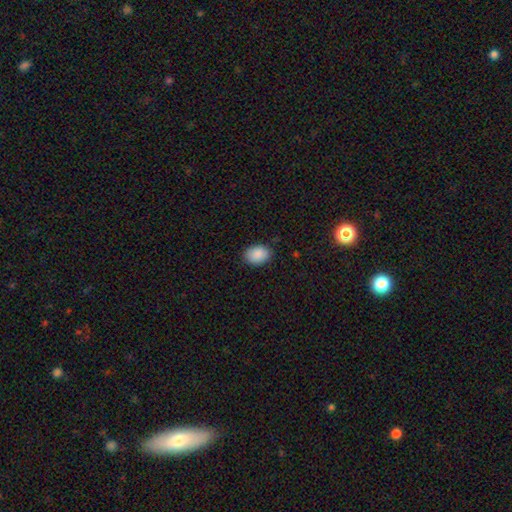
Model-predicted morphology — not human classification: A smooth galaxy with no disk features (90%) that is in between round and cigar-shaped (74%).

Vote fractions:
- Smooth or featured? smooth: 90% / star or artifact: 7% / featured or disk: 3%
- How rounded? in between: 74% / round: 25% / cigar-shaped: 1%
- Merging? none: 87% / minor disturbance: 10% / major disturbance: 2% / merger: 1%